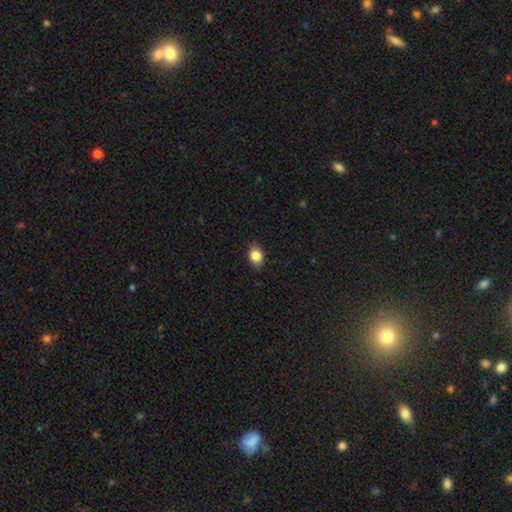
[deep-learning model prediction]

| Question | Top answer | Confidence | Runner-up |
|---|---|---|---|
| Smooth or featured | smooth | 85% | star or artifact (9%) |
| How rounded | in between | 59% | round (40%) |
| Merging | none | 85% | minor disturbance (12%) |